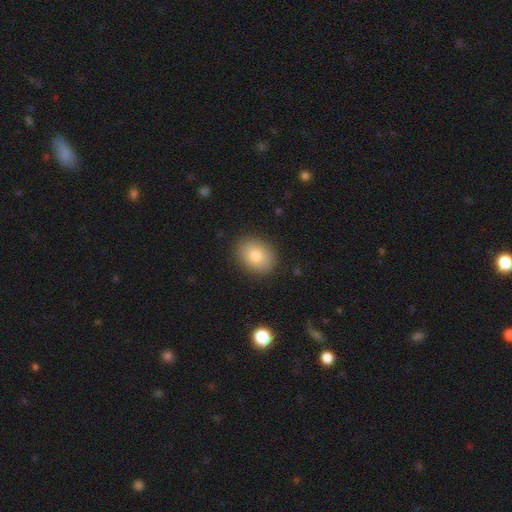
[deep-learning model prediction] Morphology: type=smooth (80%); roundness=in between (58%); merging=none (88%).